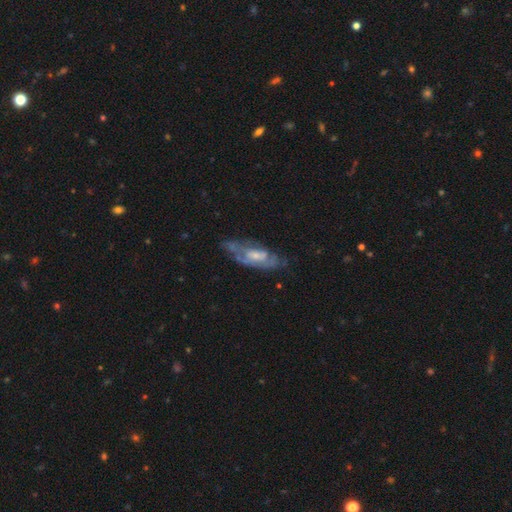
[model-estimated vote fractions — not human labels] Overall: featured or disk (70%). Edge-on disk: no (84%). Bar: no (61%; weak 33%). Spiral arms: yes (68%; no 32%). Bulge size: small (46%; moderate 42%). Merging: none (57%; minor disturbance 26%).